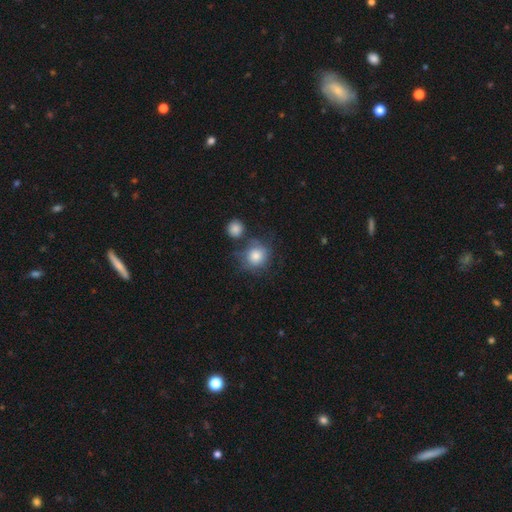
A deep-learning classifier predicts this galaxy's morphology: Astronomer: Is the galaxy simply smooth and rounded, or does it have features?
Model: smooth — 76%.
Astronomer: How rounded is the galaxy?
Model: round — 86%.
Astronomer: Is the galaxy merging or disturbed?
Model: none — 56%.